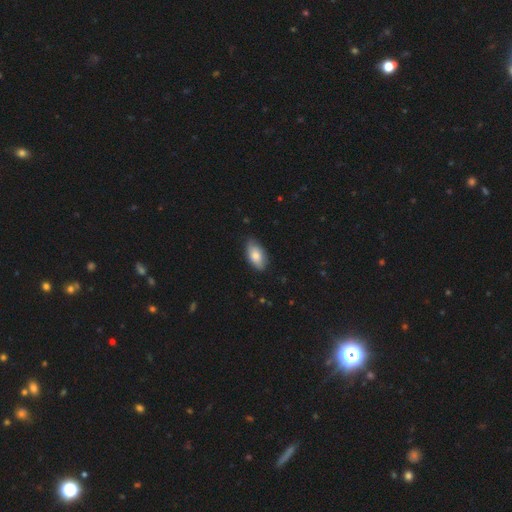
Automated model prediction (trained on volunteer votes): Overall: smooth (80%). How rounded: in between (93%). Merging: none (77%).